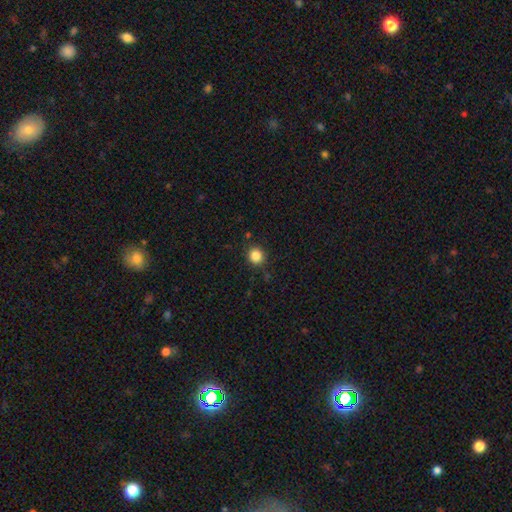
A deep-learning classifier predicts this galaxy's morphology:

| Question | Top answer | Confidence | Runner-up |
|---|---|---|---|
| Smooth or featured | smooth | 85% | star or artifact (11%) |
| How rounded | round | 89% | in between (10%) |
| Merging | none | 88% | minor disturbance (8%) |